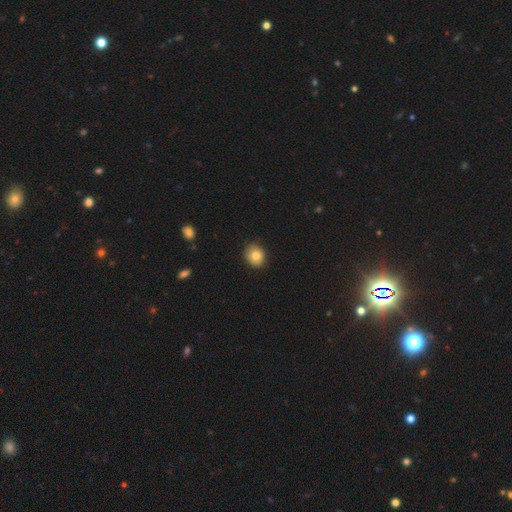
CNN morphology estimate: A smooth galaxy with no disk features (83%) that is round (63%).

Vote fractions:
- Smooth or featured? smooth: 83% / star or artifact: 9% / featured or disk: 9%
- How rounded? round: 63% / in between: 36% / cigar-shaped: 1%
- Merging? none: 84% / minor disturbance: 12% / major disturbance: 2% / merger: 1%